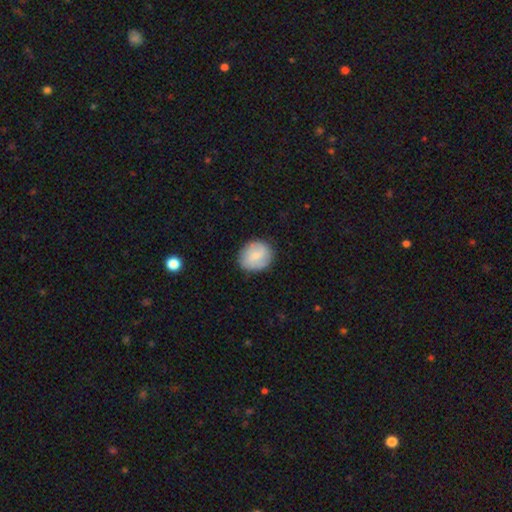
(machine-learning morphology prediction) This appears to be a smooth galaxy with no disk features (68%) that is round (67%). Merging: none (83%).